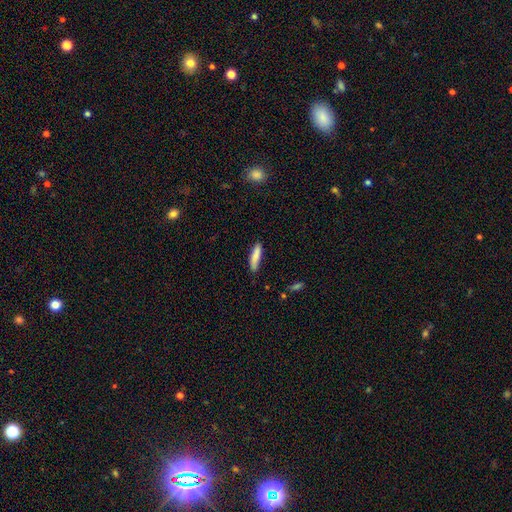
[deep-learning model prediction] Smooth or featured? Predicted: smooth (p=0.83). How rounded? Predicted: cigar-shaped (p=0.74). Merging? Predicted: none (p=0.80).